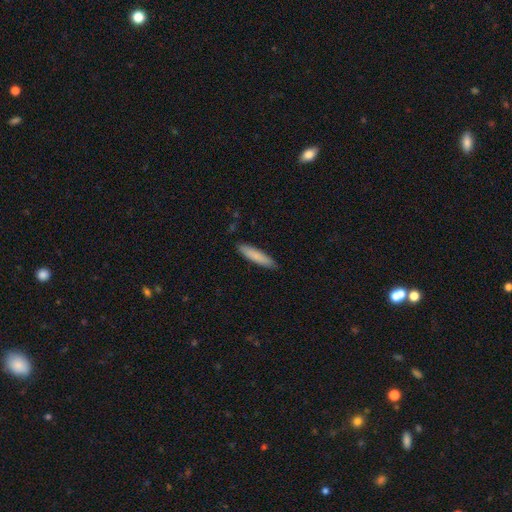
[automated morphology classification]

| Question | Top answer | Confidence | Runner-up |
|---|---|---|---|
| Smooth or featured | smooth | 83% | featured or disk (12%) |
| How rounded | cigar-shaped | 85% | in between (14%) |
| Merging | none | 87% | minor disturbance (10%) |